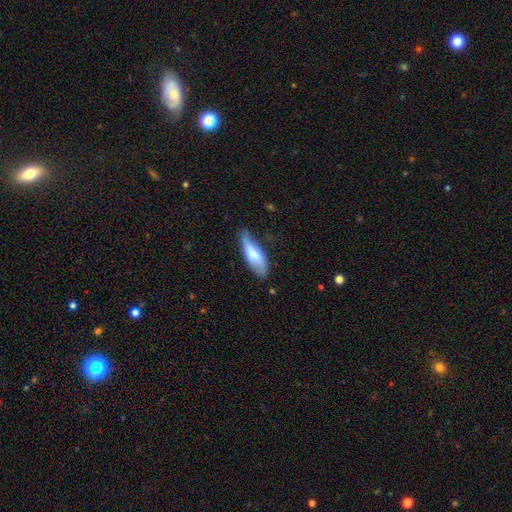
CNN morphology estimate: This is likely a smooth galaxy (64%). How rounded: likely in between (61%). Merging: possibly none (52%).